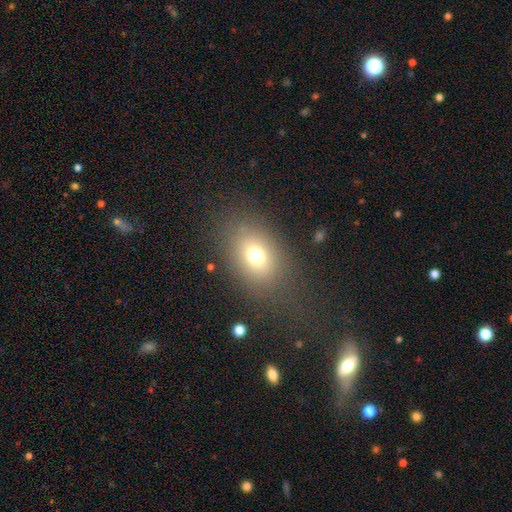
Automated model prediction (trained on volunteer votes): Overall: smooth (70%). How rounded: in between (66%; round 33%). Merging: none (77%).